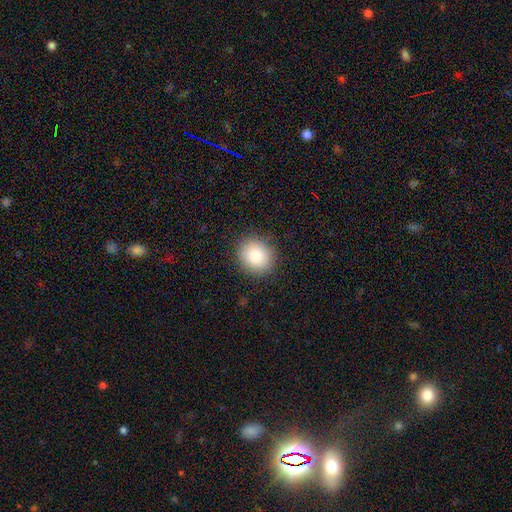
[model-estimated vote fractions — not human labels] smooth 86%, star or artifact 8%, featured or disk 5%. Down the decision tree: how rounded — round (72%); merging — none (88%).